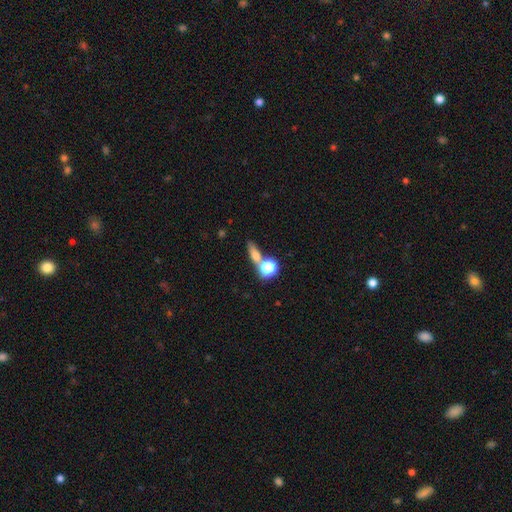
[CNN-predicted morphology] Smooth or featured: smooth — 64% (featured or disk — 18%)
How rounded: in between — 42% (round — 30%)
Merging: none — 53% (merger — 30%)